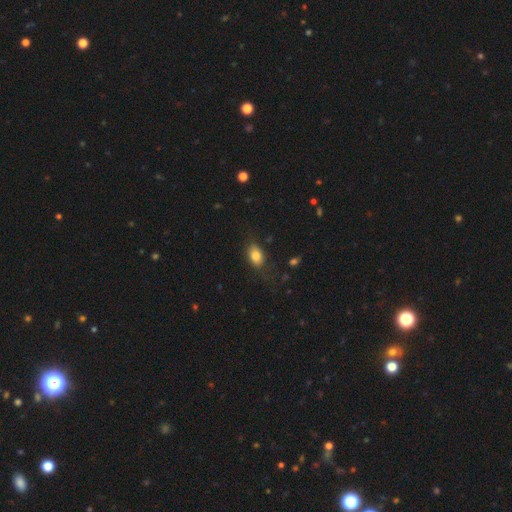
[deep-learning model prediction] smooth_or_featured: smooth (p=0.83) [alt: star or artifact p=0.09]
how_rounded: in between (p=0.84) [alt: round p=0.14]
merging: none (p=0.74) [alt: minor disturbance p=0.18]